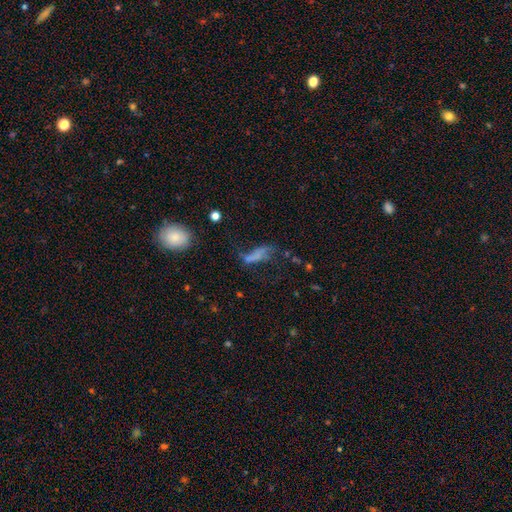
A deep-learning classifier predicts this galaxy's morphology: type=smooth (55%); roundness=in between (54%); merging=major disturbance (36%).